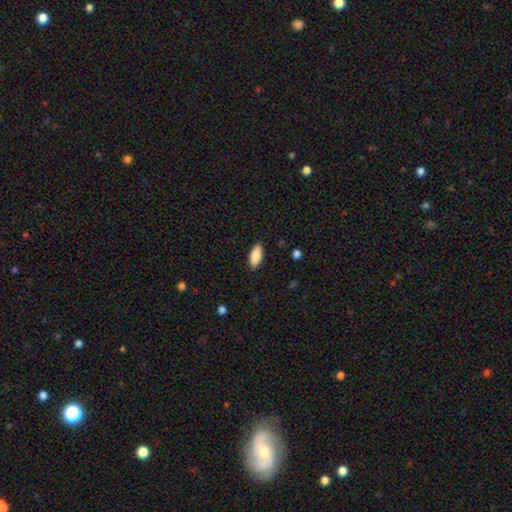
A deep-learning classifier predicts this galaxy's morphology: Q: Smooth or featured?
A: smooth (85%); runner-up: featured or disk (9%)
Q: How rounded?
A: in between (83%); runner-up: cigar-shaped (15%)
Q: Merging?
A: none (89%); runner-up: minor disturbance (8%)